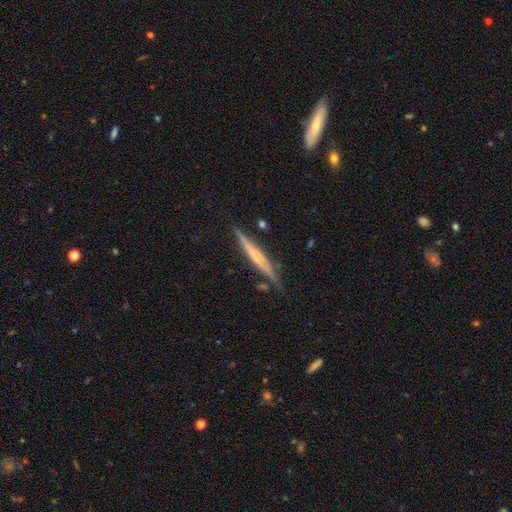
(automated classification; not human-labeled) featured or disk 63%, smooth 31%, star or artifact 6%. Down the decision tree: edge-on disk — yes (97%); edge-on bulge — none (45%); merging — none (83%).